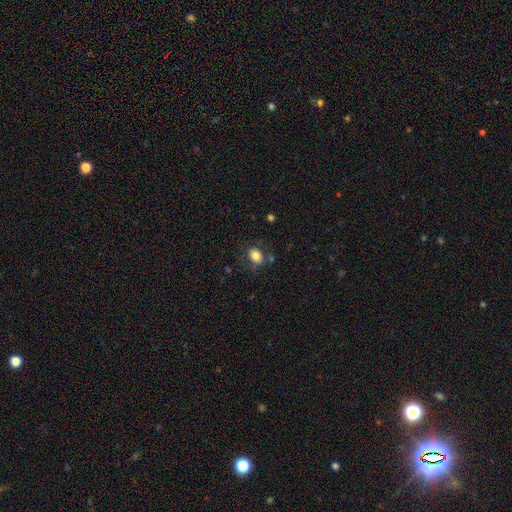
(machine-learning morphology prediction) Smooth or featured? Predicted: smooth (p=0.81). How rounded? Predicted: in between (p=0.70). Merging? Predicted: none (p=0.73).